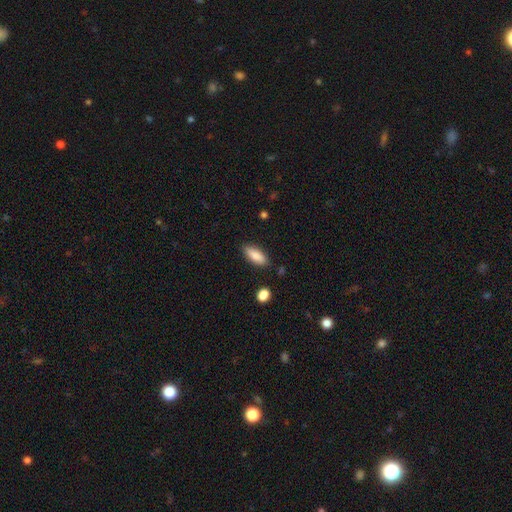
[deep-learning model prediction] Morphology: type=smooth (85%); roundness=in between (71%); merging=none (84%).